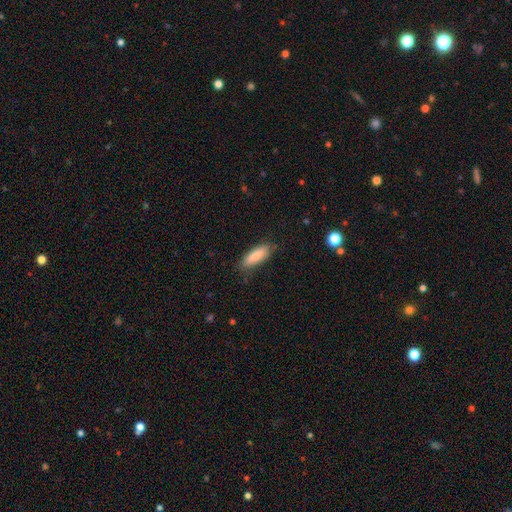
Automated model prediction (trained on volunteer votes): Morphology: type=smooth (82%); roundness=in between (54%); merging=none (80%).